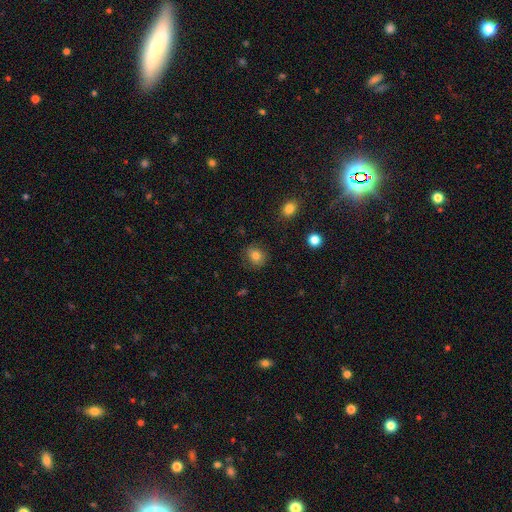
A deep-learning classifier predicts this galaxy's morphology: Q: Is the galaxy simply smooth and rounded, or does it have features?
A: smooth — 77%.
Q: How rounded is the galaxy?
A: round — 73%.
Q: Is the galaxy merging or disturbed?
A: none — 82%.